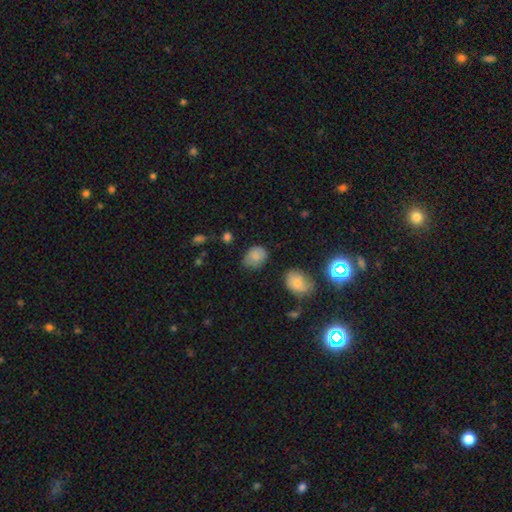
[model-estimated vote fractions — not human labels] Smooth or featured: smooth — 81% (featured or disk — 10%)
How rounded: in between — 57% (round — 42%)
Merging: none — 59% (minor disturbance — 30%)